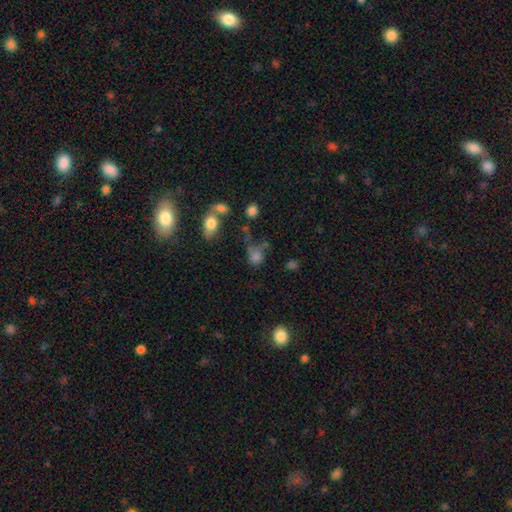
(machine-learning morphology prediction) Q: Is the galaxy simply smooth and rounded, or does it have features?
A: smooth — 74%.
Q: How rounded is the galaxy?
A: round — 64%.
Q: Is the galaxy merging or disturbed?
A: none — 44%.